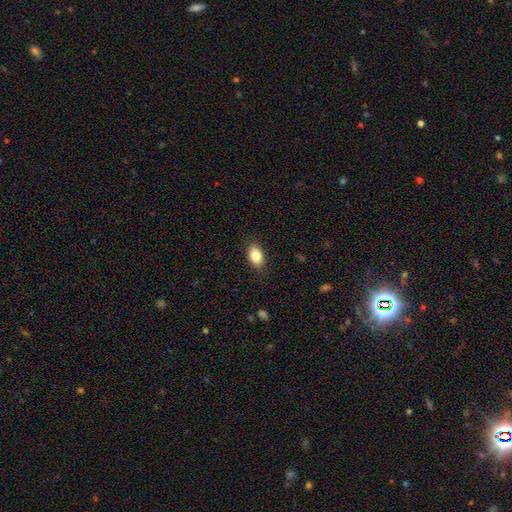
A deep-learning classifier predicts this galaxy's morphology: Smooth or featured? Predicted: smooth (p=0.84). How rounded? Predicted: in between (p=0.88). Merging? Predicted: none (p=0.85).